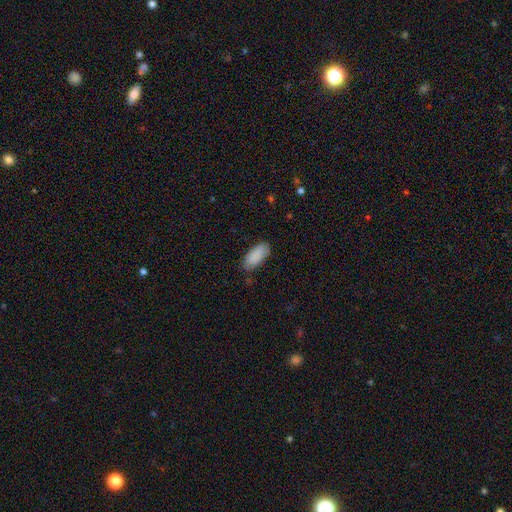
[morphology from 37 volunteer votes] Q: Smooth or featured?
A: smooth (86%); runner-up: featured or disk (8%)
Q: How rounded?
A: in between (94%); runner-up: cigar-shaped (6%)
Q: Merging?
A: none (80%); runner-up: minor disturbance (17%)